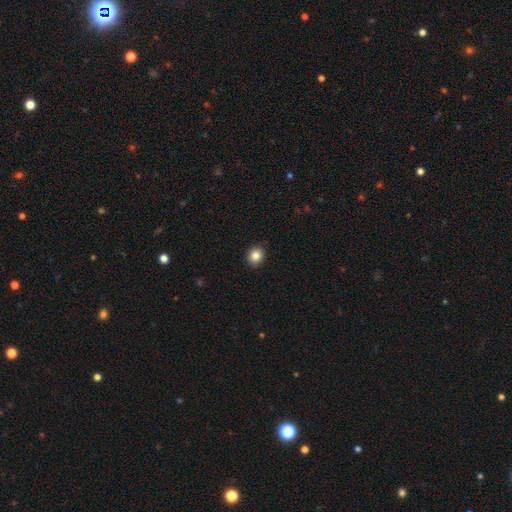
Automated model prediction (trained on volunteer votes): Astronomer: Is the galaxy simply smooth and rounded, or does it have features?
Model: smooth — 84%.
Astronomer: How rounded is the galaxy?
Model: round — 84%.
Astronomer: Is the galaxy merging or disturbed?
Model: none — 91%.